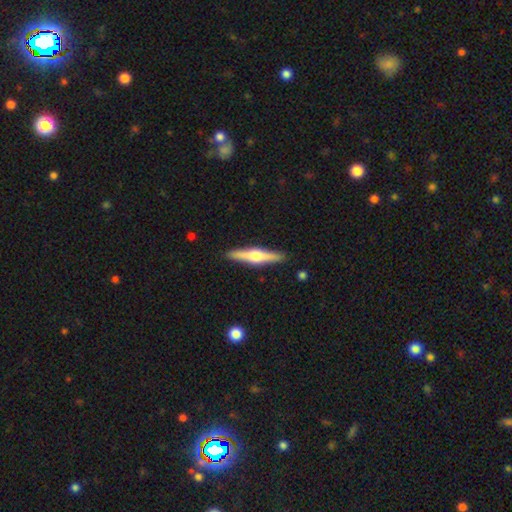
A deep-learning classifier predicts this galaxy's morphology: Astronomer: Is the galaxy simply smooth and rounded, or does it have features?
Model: featured or disk — 64%.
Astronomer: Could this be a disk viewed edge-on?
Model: yes — 97%.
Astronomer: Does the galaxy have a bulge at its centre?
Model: rounded — 91%.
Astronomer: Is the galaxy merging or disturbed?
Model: none — 90%.